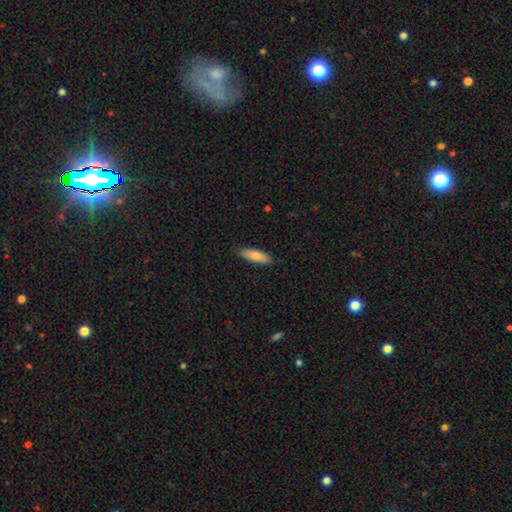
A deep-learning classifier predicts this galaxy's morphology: type=smooth (82%); roundness=in between (53%); merging=none (85%).